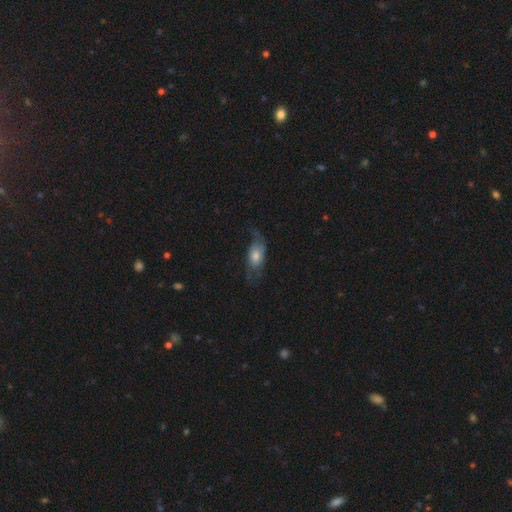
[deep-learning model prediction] The model was most divided on "smooth or featured": smooth: 48%, featured or disk: 44%, star or artifact: 8%. More confident: merging — none (52%).